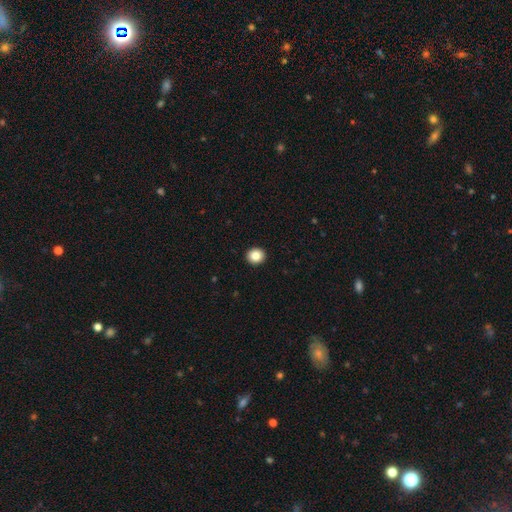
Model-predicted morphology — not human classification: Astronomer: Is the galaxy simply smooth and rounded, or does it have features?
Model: smooth — 85%.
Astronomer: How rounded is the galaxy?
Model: round — 87%.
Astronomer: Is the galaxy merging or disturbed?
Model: none — 94%.